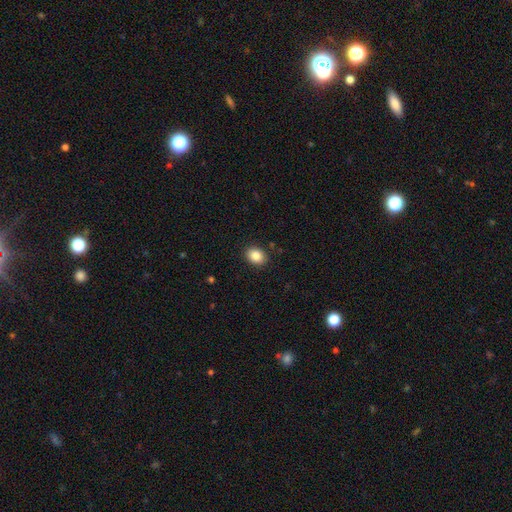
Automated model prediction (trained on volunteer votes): Smooth or featured? smooth (86%)
How rounded? in between (59%)
Merging? none (89%)